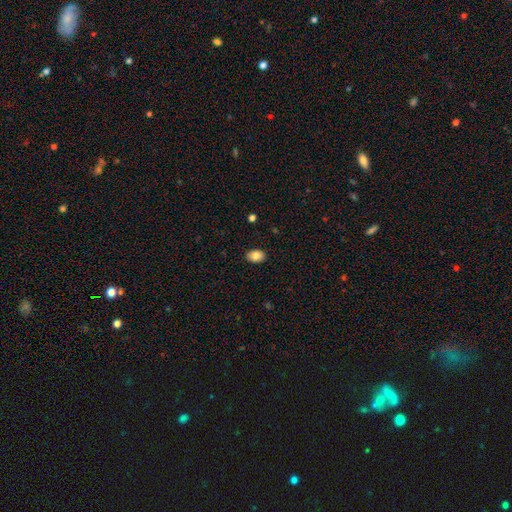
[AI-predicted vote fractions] Smooth or featured?
  - smooth: 85% *
  - star or artifact: 8%
  - featured or disk: 8%
How rounded?
  - in between: 83% *
  - round: 16%
  - cigar-shaped: 1%
Merging?
  - none: 88% *
  - minor disturbance: 9%
  - major disturbance: 2%
  - merger: 1%